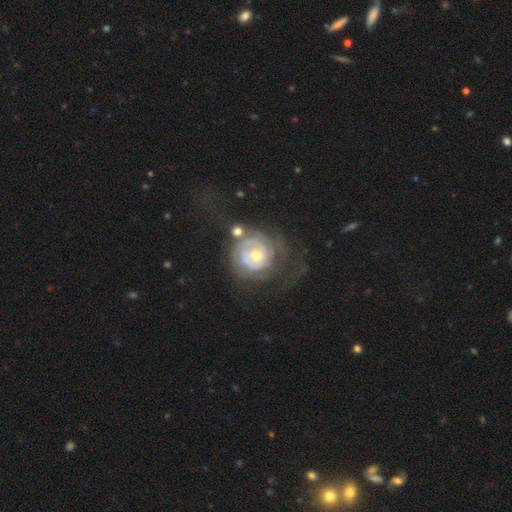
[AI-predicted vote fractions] smooth_or_featured: featured or disk (p=0.82) [alt: smooth p=0.13]
disk_edge_on: no (p=0.97) [alt: yes p=0.03]
bar: no (p=0.71) [alt: weak p=0.23]
has_spiral_arms: yes (p=0.88) [alt: no p=0.12]
spiral_winding: tight (p=0.76) [alt: medium p=0.17]
spiral_arm_count: can't tell (p=0.42) [alt: 2 p=0.28]
bulge_size: moderate (p=0.61) [alt: small p=0.33]
merging: none (p=0.47) [alt: major disturbance p=0.24]